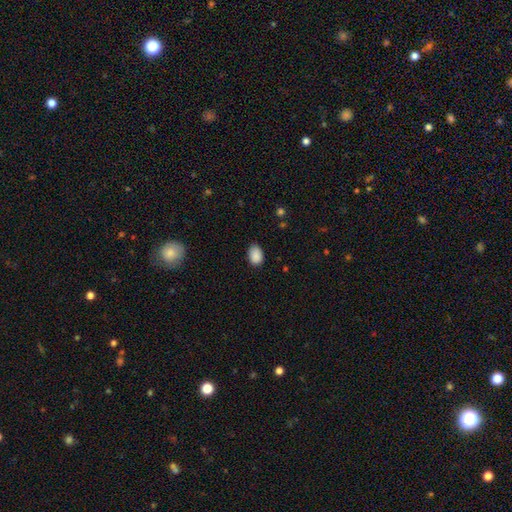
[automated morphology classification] Smooth or featured? Predicted: smooth (p=0.89). How rounded? Predicted: in between (p=0.84). Merging? Predicted: none (p=0.77).